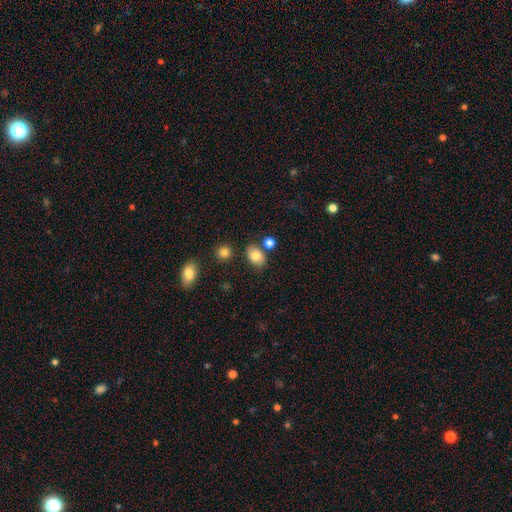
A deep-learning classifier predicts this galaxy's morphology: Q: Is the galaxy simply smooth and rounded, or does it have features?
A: smooth — 82%.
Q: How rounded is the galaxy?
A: in between — 80%.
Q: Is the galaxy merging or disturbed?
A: none — 76%.